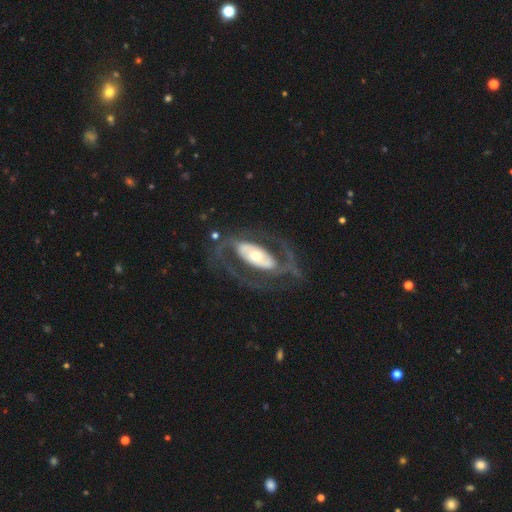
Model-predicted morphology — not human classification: This appears to be a featured or disk galaxy (84%) with no bar (41%), 2 (87%) medium (49%) spiral arms (78%) and a moderate central bulge (57%). Merging: none (68%).